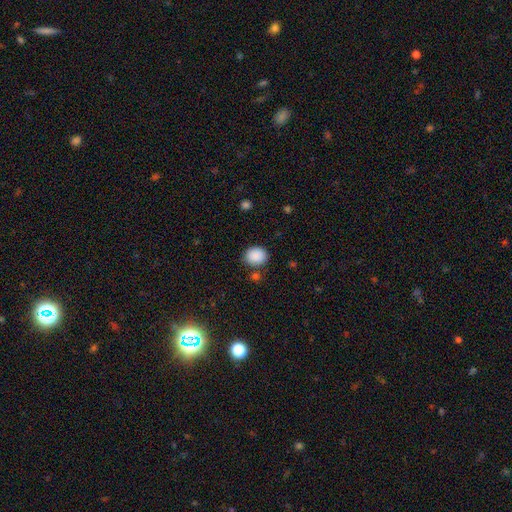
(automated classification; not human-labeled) Smooth or featured? Predicted: smooth (p=0.89). How rounded? Predicted: round (p=0.64). Merging? Predicted: none (p=0.81).